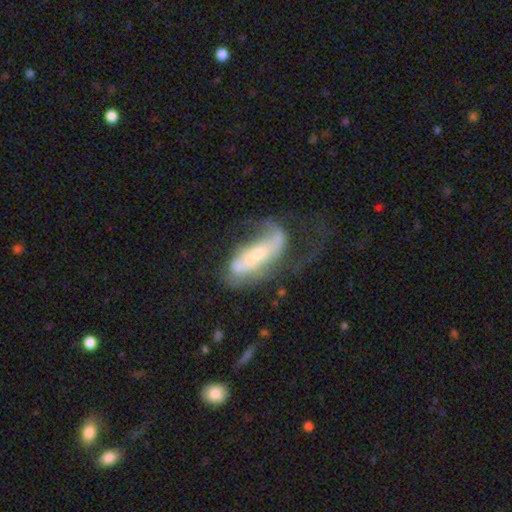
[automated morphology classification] featured or disk 64%, smooth 28%, star or artifact 7%. Down the decision tree: edge-on disk — no (86%); bar — no (54%); spiral arms — yes (62%); bulge size — small (58%); merging — major disturbance (41%).